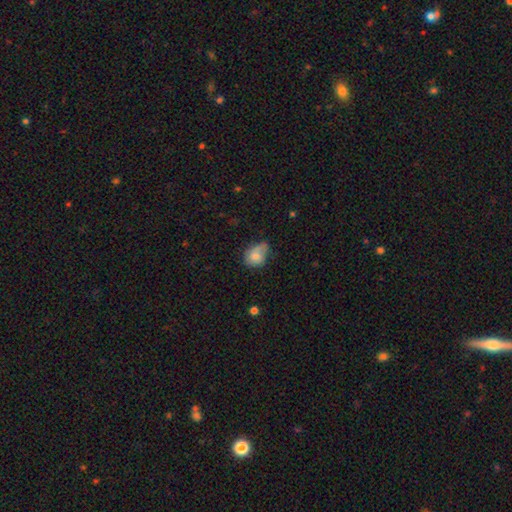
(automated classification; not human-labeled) A smooth galaxy with no disk features (66%) that is in between round and cigar-shaped (57%).

Vote fractions:
- Smooth or featured? smooth: 66% / featured or disk: 26% / star or artifact: 8%
- How rounded? in between: 57% / round: 42% / cigar-shaped: 1%
- Merging? minor disturbance: 40% / none: 37% / major disturbance: 19% / merger: 5%